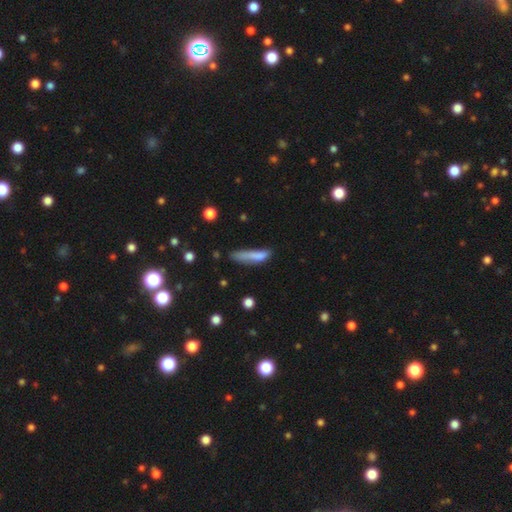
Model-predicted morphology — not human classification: Smooth or featured? Predicted: smooth (p=0.76). How rounded? Predicted: cigar-shaped (p=0.80). Merging? Predicted: none (p=0.44).